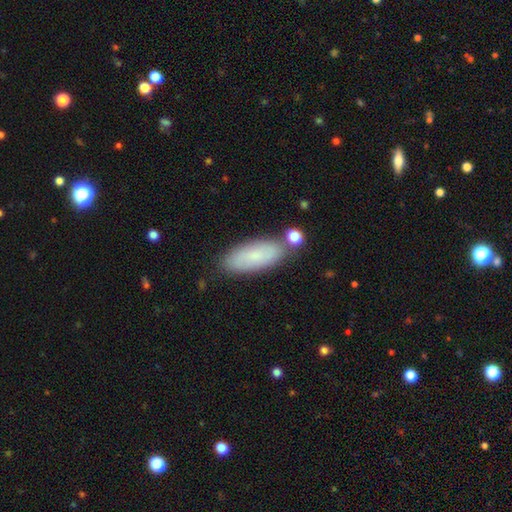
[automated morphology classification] Smooth or featured: smooth — 74% (featured or disk — 19%)
How rounded: in between — 77% (cigar-shaped — 21%)
Merging: none — 76% (minor disturbance — 14%)